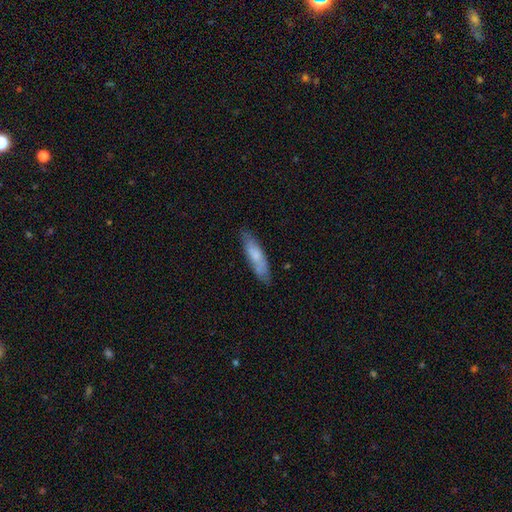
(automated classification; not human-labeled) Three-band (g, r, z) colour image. It shows a smooth galaxy with no disk features (68%) that is cigar-shaped (70%). Merging: none (78%).